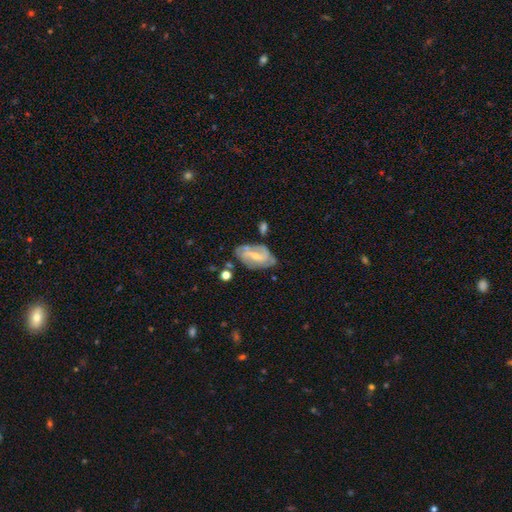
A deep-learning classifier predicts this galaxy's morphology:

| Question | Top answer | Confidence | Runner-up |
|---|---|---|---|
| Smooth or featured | featured or disk | 73% | smooth (21%) |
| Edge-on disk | no | 95% | yes (5%) |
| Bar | weak | 48% | strong (27%) |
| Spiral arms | yes | 86% | no (14%) |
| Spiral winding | medium | 42% | tight (38%) |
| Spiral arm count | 2 | 49% | can't tell (25%) |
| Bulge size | small | 51% | moderate (39%) |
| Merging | none | 59% | minor disturbance (25%) |